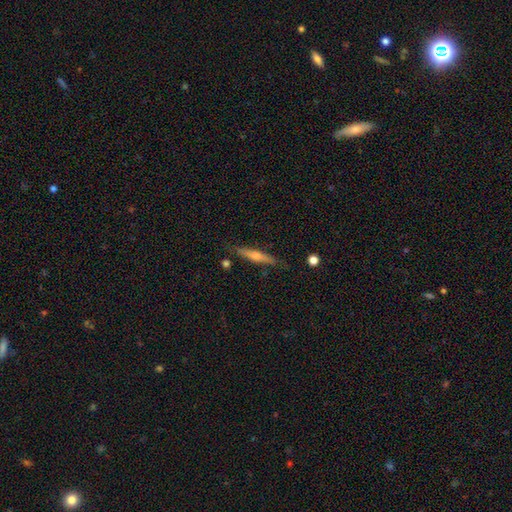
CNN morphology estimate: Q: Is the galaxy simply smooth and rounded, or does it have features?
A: featured or disk — 53%.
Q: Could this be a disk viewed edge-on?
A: yes — 95%.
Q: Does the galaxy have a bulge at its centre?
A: rounded — 73%.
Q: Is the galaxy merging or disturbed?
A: none — 83%.